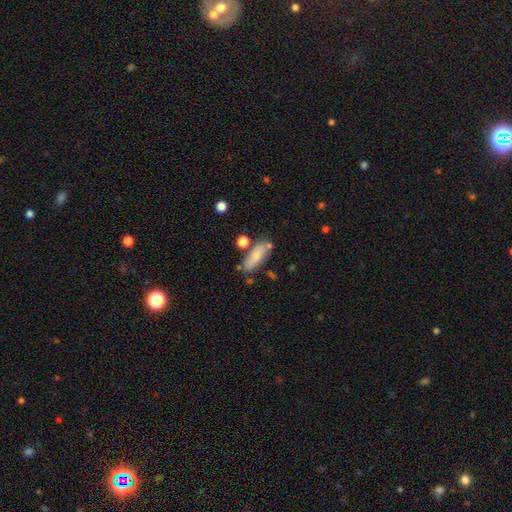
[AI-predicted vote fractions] Morphology: type=smooth (78%); roundness=in between (62%); merging=none (69%).